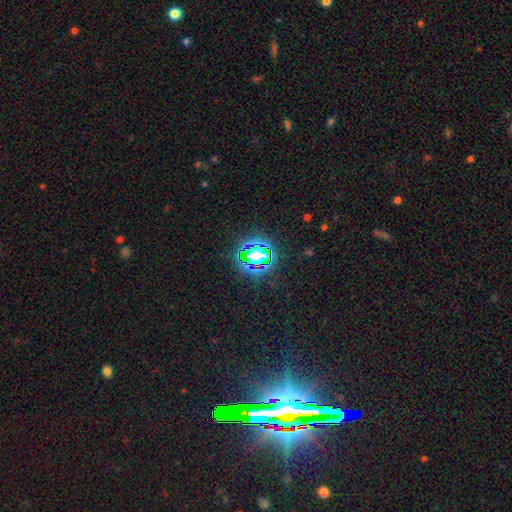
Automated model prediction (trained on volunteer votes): The model was most divided on "smooth or featured": star or artifact: 65%, smooth: 23%, featured or disk: 12%.